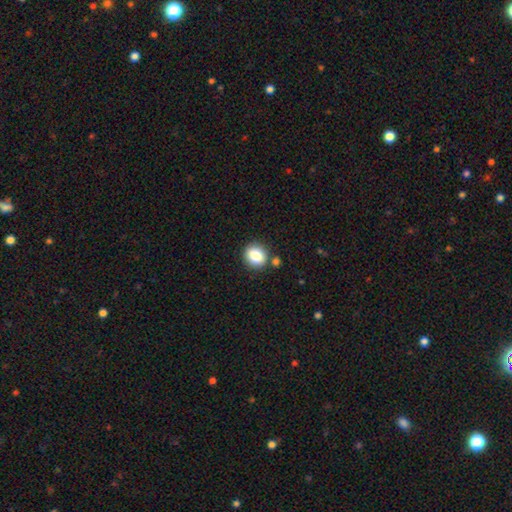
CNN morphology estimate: Q: Smooth or featured?
A: smooth (84%); runner-up: star or artifact (9%)
Q: How rounded?
A: round (71%); runner-up: in between (28%)
Q: Merging?
A: none (80%); runner-up: minor disturbance (10%)